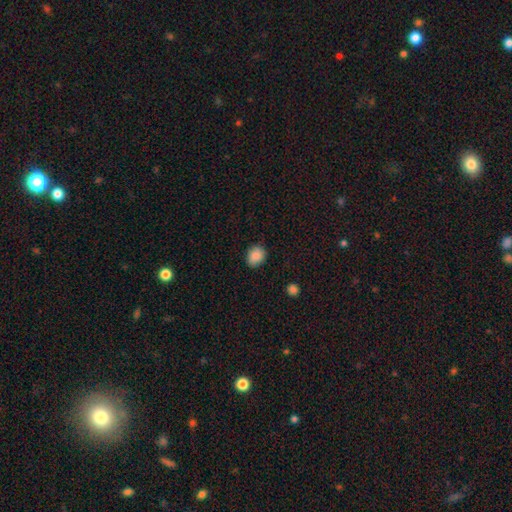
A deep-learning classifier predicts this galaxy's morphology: This is clearly a smooth galaxy (88%). How rounded: possibly round (51%). Merging: clearly none (84%).